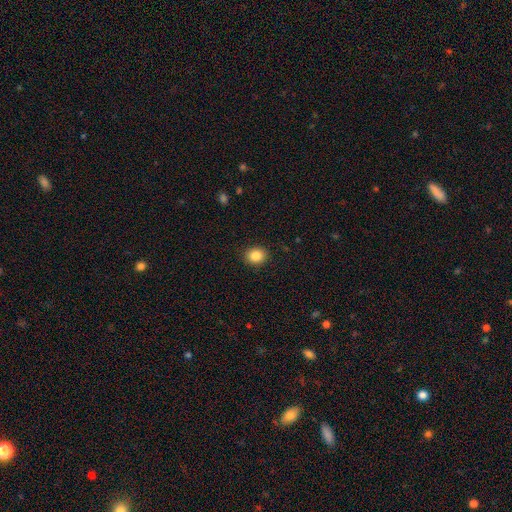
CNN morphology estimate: Overall: smooth (86%). How rounded: round (63%; in between 36%). Merging: none (90%).